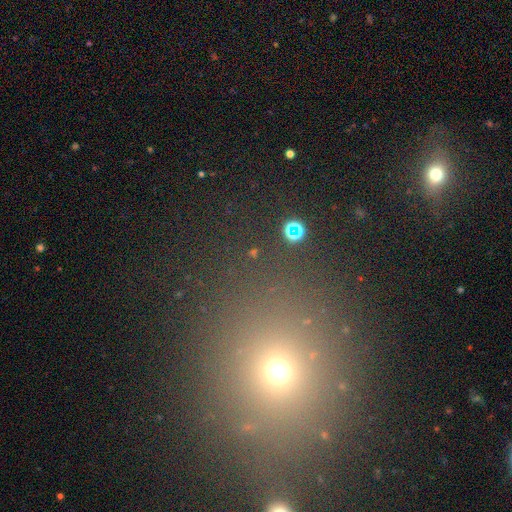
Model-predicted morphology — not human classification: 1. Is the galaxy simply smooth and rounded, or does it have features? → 50% smooth, 41% star or artifact, 9% featured or disk.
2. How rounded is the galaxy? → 81% round, 17% in between, 2% cigar-shaped.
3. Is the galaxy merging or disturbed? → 85% none, 7% minor disturbance, 4% merger, 4% major disturbance.